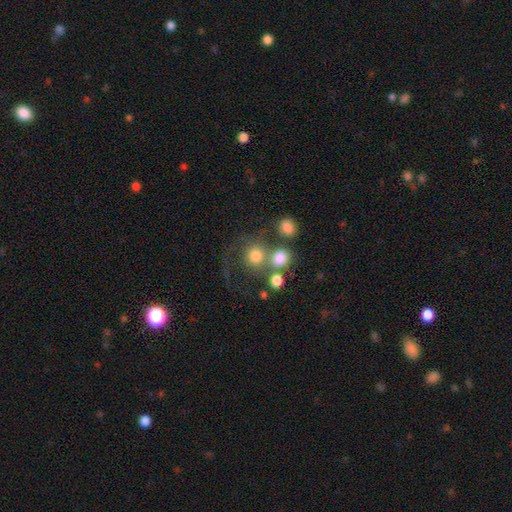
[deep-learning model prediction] A smooth galaxy with no disk features (74%) that is round (86%).

Vote fractions:
- Smooth or featured? smooth: 74% / star or artifact: 13% / featured or disk: 13%
- How rounded? round: 86% / in between: 13% / cigar-shaped: 1%
- Merging? none: 48% / merger: 31% / minor disturbance: 10% / major disturbance: 10%